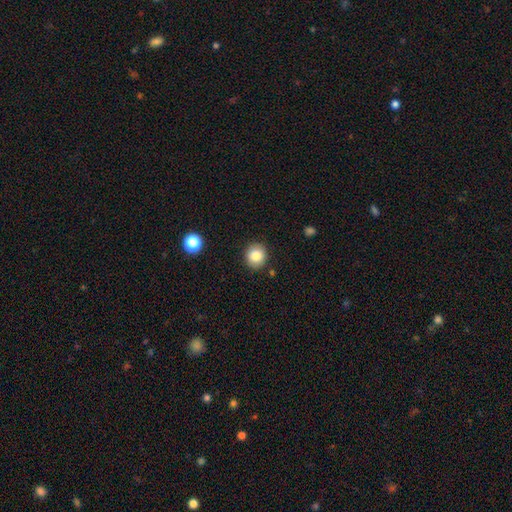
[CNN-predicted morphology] Q: Smooth or featured?
A: smooth (84%); runner-up: star or artifact (10%)
Q: How rounded?
A: round (85%); runner-up: in between (15%)
Q: Merging?
A: none (88%); runner-up: minor disturbance (8%)